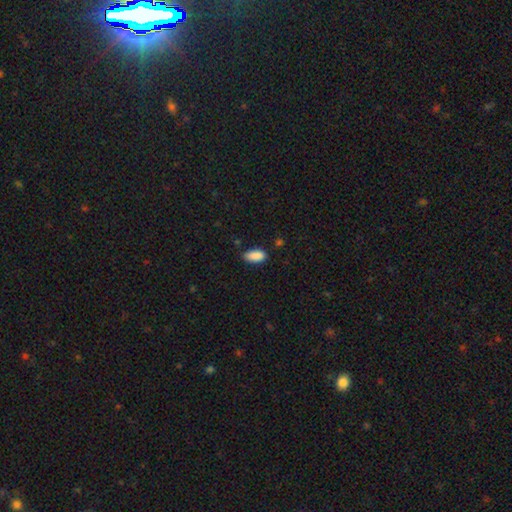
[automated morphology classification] type=smooth (89%); roundness=in between (91%); merging=none (77%).